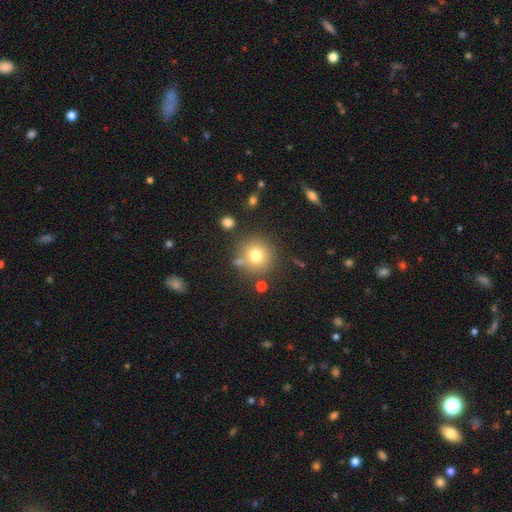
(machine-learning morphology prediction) smooth 75%, star or artifact 13%, featured or disk 12%. Down the decision tree: how rounded — round (92%); merging — none (77%).